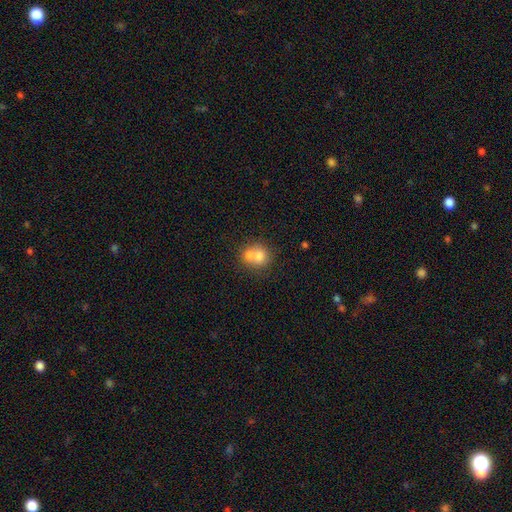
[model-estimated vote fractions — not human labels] smooth-or-featured: smooth: 69% | featured or disk: 21% | star or artifact: 10%
  how-rounded: round: 74% | in between: 25% | cigar-shaped: 1%
  merging: merger: 63% | none: 27% | minor disturbance: 7% | major disturbance: 3%